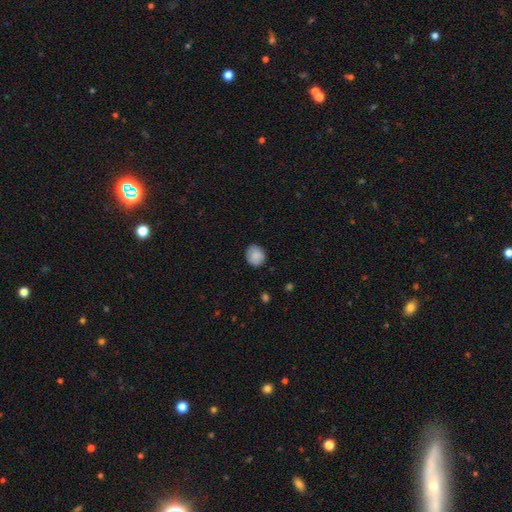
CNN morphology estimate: Overall: smooth (86%). How rounded: round (72%). Merging: none (83%).